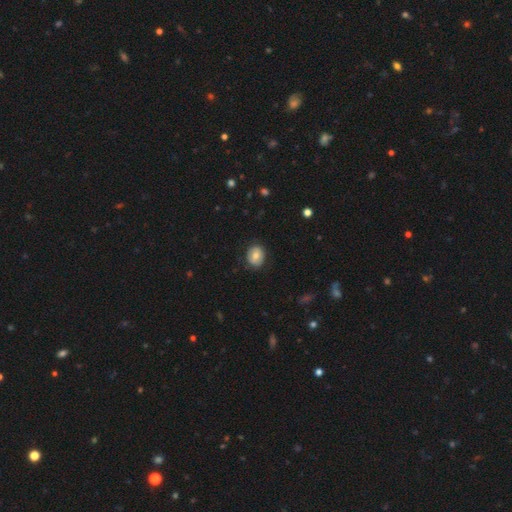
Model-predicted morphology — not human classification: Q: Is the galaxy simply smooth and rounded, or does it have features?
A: smooth — 71%.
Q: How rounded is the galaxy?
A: round — 64%.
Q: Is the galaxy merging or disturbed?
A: none — 83%.